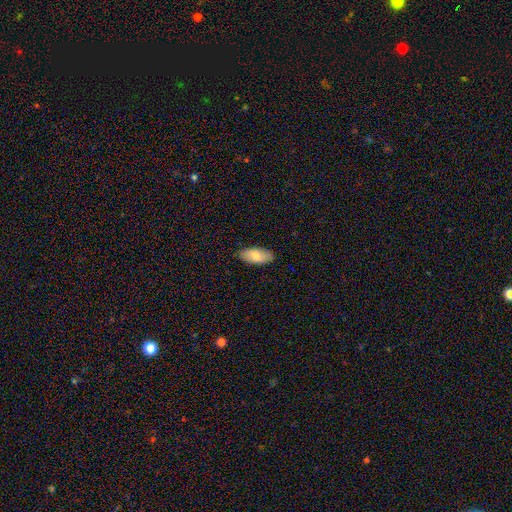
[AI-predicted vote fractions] Overall: smooth (78%). How rounded: in between (92%). Merging: none (88%).